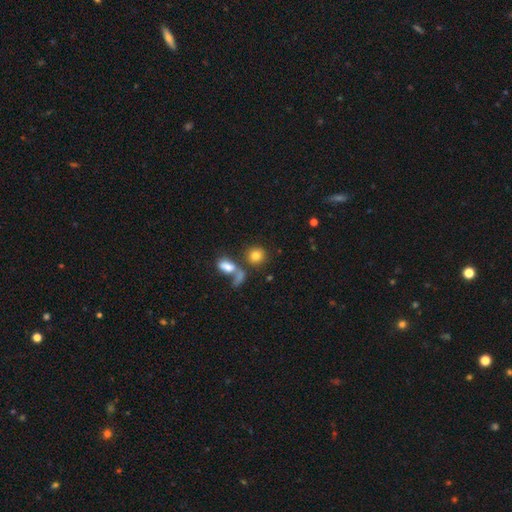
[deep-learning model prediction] Q: Smooth or featured?
A: smooth (78%); runner-up: featured or disk (11%)
Q: How rounded?
A: round (80%); runner-up: in between (18%)
Q: Merging?
A: none (59%); runner-up: merger (25%)